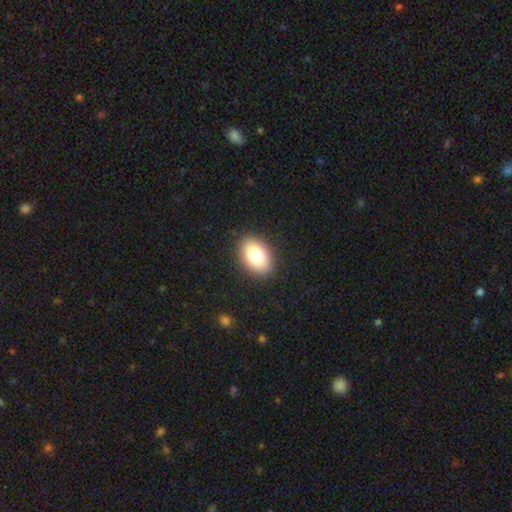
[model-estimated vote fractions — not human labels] Overall: smooth (80%). How rounded: in between (85%). Merging: none (89%).